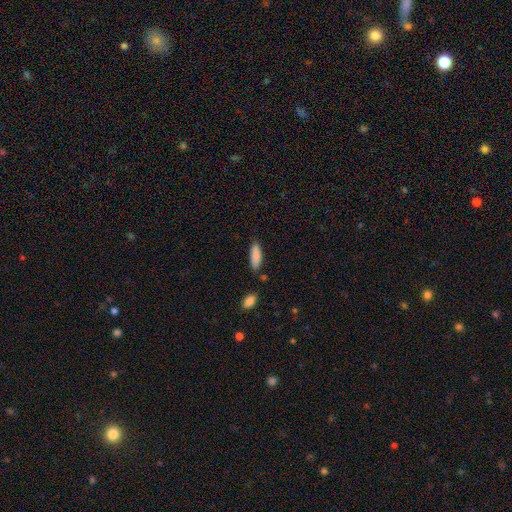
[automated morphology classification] A smooth galaxy with no disk features (87%) that is in between round and cigar-shaped (56%).

Vote fractions:
- Smooth or featured? smooth: 87% / featured or disk: 7% / star or artifact: 6%
- How rounded? in between: 56% / cigar-shaped: 43% / round: 2%
- Merging? none: 79% / minor disturbance: 13% / merger: 5% / major disturbance: 3%